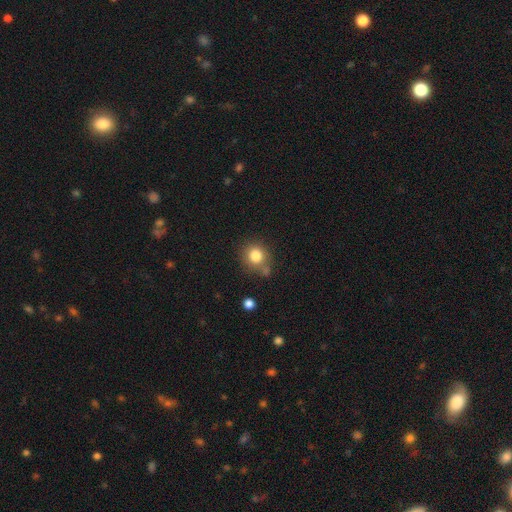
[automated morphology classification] The model was most divided on "merging": none: 68%, minor disturbance: 15%, merger: 12%, major disturbance: 5%. More confident: how rounded — round (85%); smooth or featured — smooth (81%).